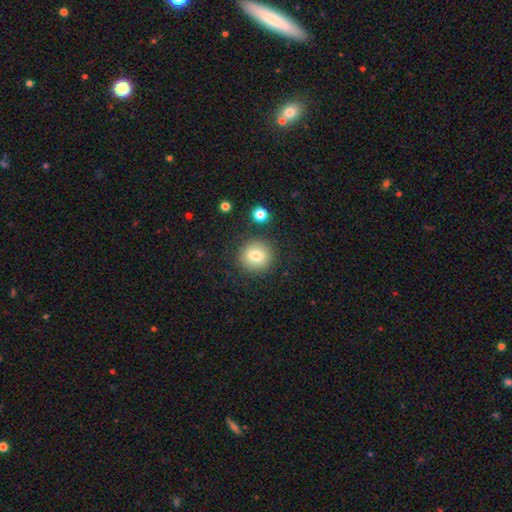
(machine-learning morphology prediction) Smooth or featured? smooth (79%)
How rounded? round (92%)
Merging? none (87%)